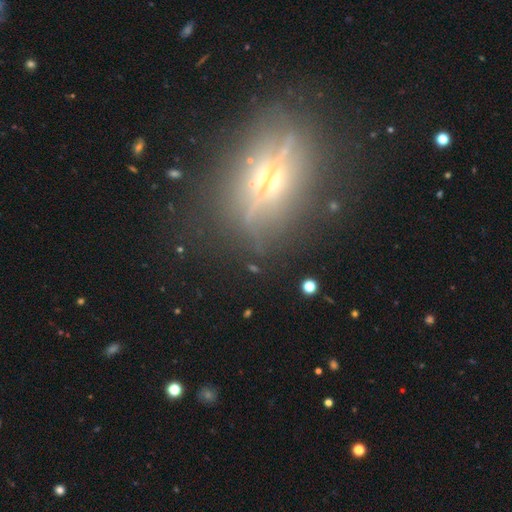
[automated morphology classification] type=featured or disk (69%); edge-on=yes (82%); edge-on bulge=rounded (86%); merging=none (77%).